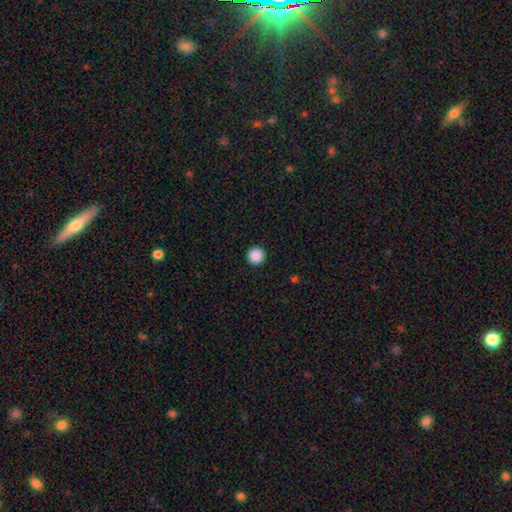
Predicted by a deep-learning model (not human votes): smooth 89%, star or artifact 9%, featured or disk 2%. Down the decision tree: how rounded — round (96%); merging — none (93%).